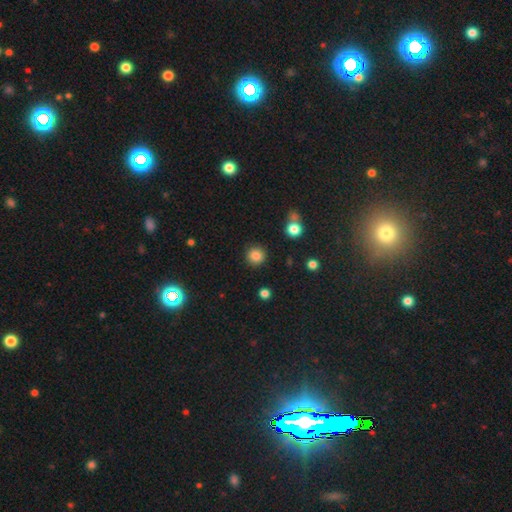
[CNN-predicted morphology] Smooth or featured? Predicted: smooth (p=0.84). How rounded? Predicted: round (p=0.93). Merging? Predicted: none (p=0.89).